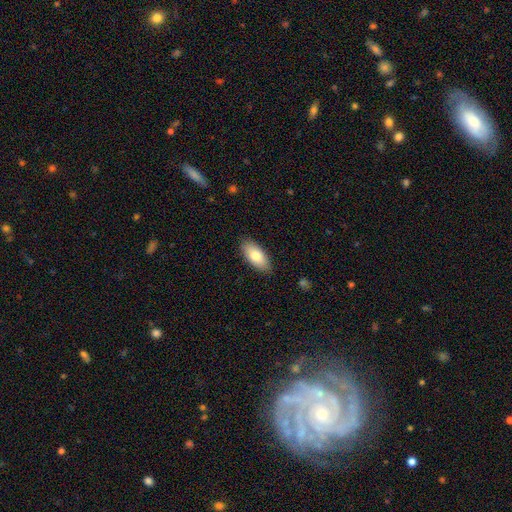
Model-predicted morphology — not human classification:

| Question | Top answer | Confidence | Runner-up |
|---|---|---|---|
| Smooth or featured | smooth | 79% | featured or disk (14%) |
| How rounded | in between | 89% | cigar-shaped (9%) |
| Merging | none | 87% | minor disturbance (10%) |